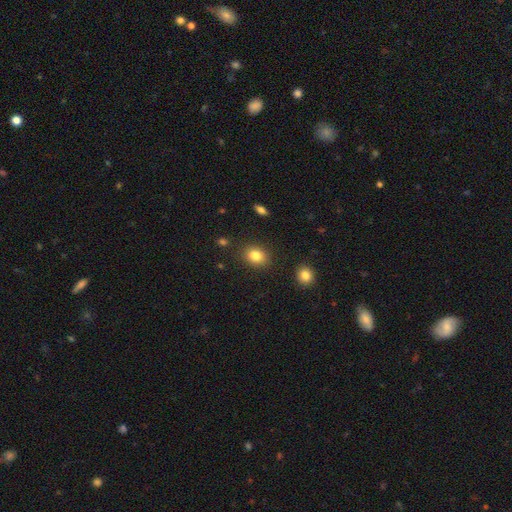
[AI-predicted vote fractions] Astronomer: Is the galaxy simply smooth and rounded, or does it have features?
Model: smooth — 83%.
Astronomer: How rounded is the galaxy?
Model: round — 51% (runner-up: in between, 48%).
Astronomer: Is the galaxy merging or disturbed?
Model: none — 88%.